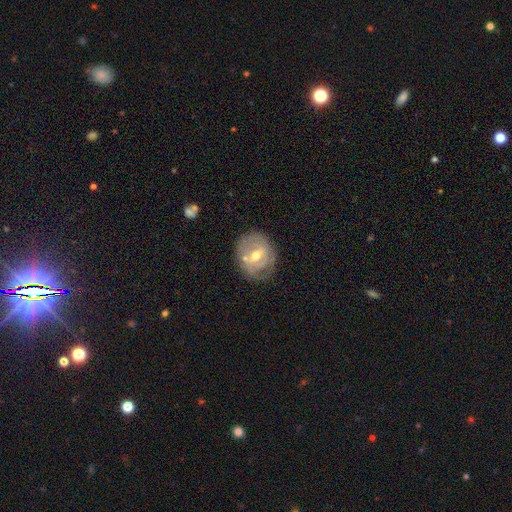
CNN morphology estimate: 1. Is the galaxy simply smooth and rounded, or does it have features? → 66% featured or disk, 27% smooth, 7% star or artifact.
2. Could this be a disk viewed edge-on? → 95% no, 5% yes.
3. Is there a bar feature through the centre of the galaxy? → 50% weak, 26% strong, 24% no.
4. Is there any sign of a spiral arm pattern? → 55% yes, 45% no.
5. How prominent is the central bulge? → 71% moderate, 23% small, 4% large, 1% none, 1% dominant.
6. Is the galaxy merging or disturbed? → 64% none, 23% minor disturbance, 9% major disturbance, 4% merger.